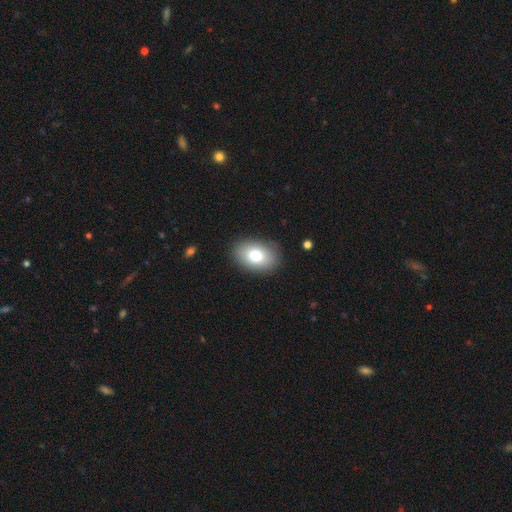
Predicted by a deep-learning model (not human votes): smooth 80%, featured or disk 12%, star or artifact 8%. Down the decision tree: how rounded — in between (86%); merging — none (87%).